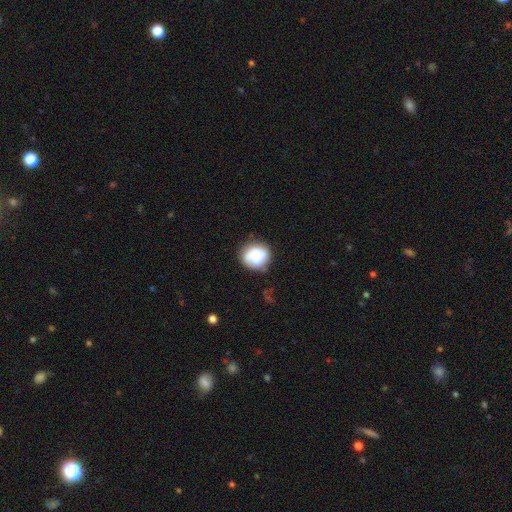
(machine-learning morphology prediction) This appears to be a smooth galaxy with no disk features (74%) that is round (82%). Merging: none (70%).